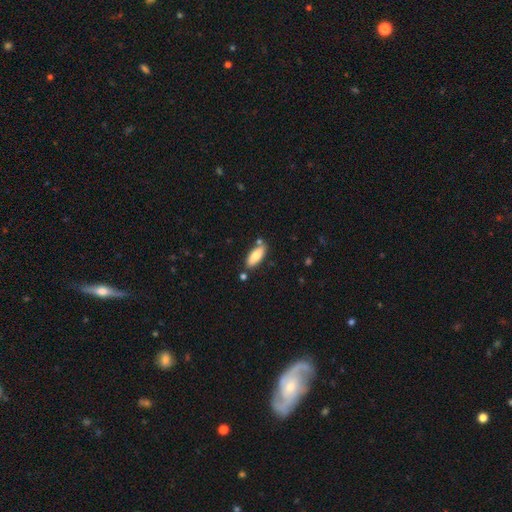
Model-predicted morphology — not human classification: Smooth or featured: smooth — 80% (featured or disk — 14%)
How rounded: in between — 72% (cigar-shaped — 26%)
Merging: none — 78% (minor disturbance — 13%)